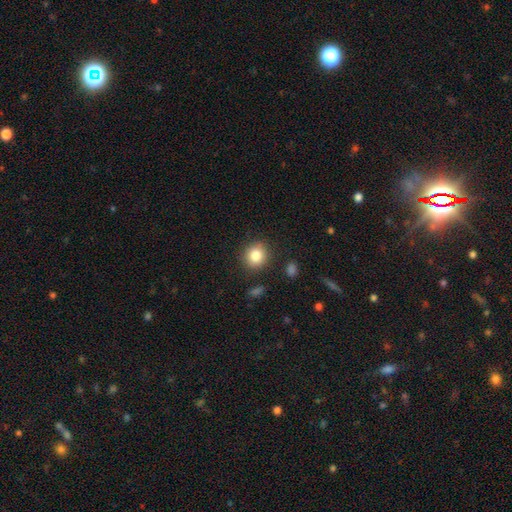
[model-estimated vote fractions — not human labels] smooth 84%, star or artifact 10%, featured or disk 7%. Down the decision tree: how rounded — round (84%); merging — none (86%).